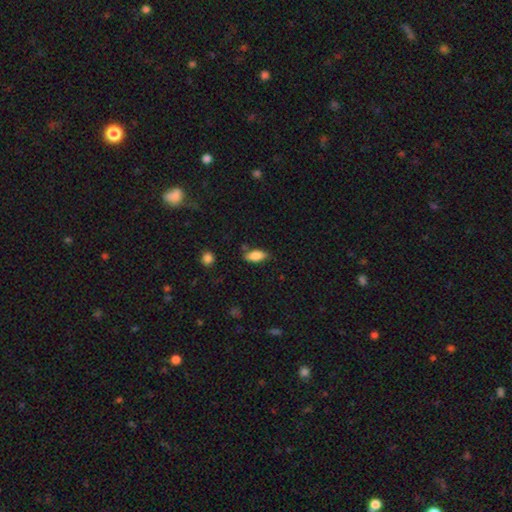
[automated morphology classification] Smooth or featured? smooth (82%)
How rounded? in between (84%)
Merging? none (74%)